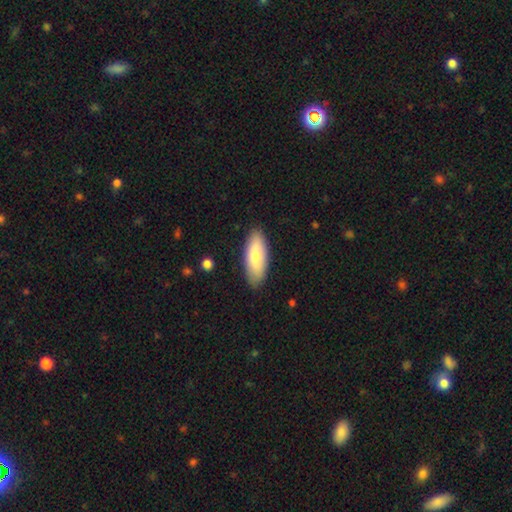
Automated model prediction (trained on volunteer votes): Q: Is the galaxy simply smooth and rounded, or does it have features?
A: smooth — 77%.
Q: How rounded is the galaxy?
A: in between — 78%.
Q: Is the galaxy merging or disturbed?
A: none — 85%.